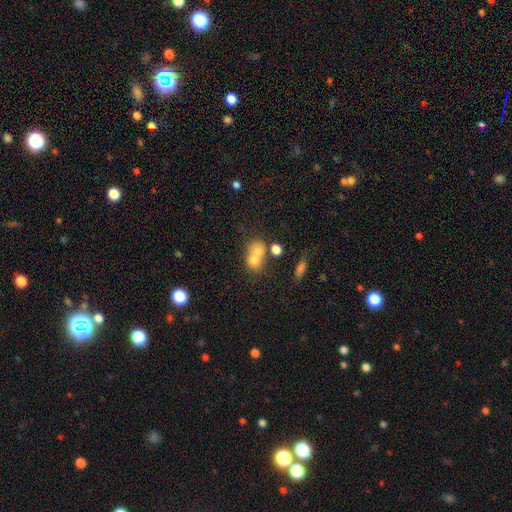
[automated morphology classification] The model was most divided on "how rounded": in between: 51%, round: 47%, cigar-shaped: 2%. More confident: smooth or featured — smooth (68%); merging — merger (64%).